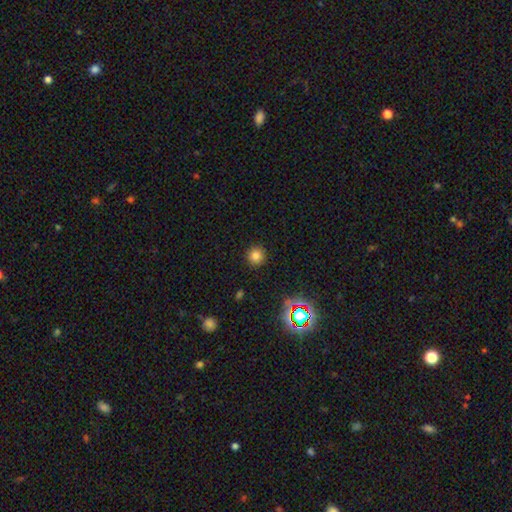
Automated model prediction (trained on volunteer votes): Smooth or featured?
  - smooth: 79% *
  - star or artifact: 16%
  - featured or disk: 5%
How rounded?
  - round: 94% *
  - in between: 5%
  - cigar-shaped: 1%
Merging?
  - none: 91% *
  - minor disturbance: 6%
  - major disturbance: 2%
  - merger: 1%